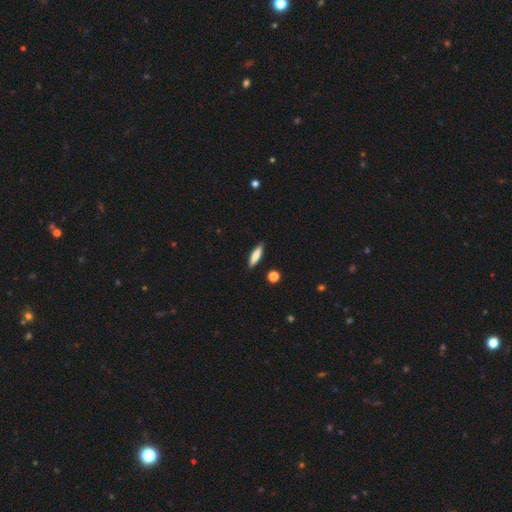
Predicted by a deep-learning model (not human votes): A smooth galaxy with no disk features (78%) that is cigar-shaped (68%). Merging: none (88%).